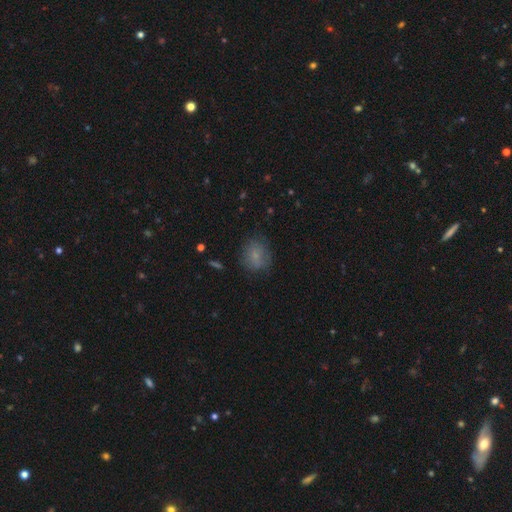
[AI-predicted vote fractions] This appears to be a smooth galaxy with no disk features (74%) that is round (61%). Merging: none (70%).